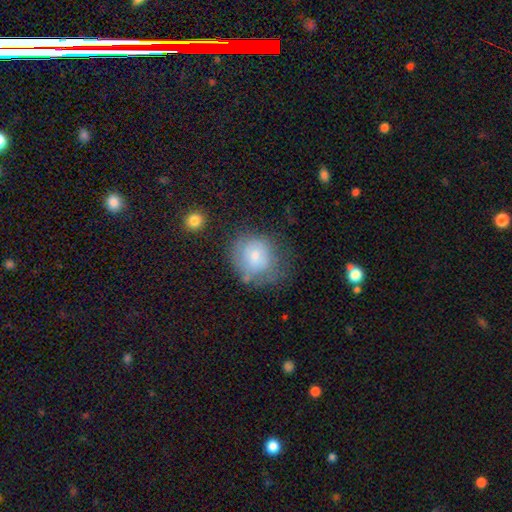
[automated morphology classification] smooth 64%, featured or disk 27%, star or artifact 10%. Down the decision tree: how rounded — round (75%); merging — none (51%).